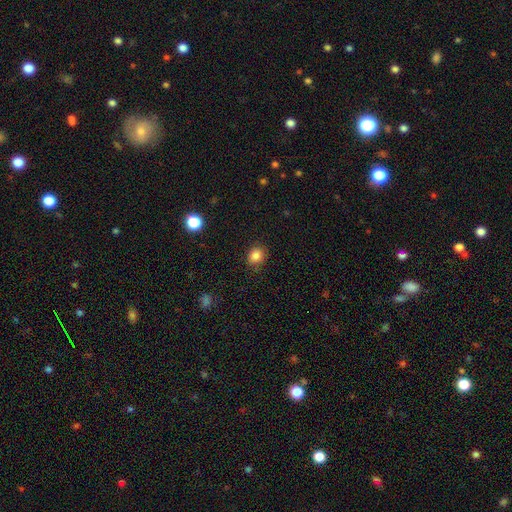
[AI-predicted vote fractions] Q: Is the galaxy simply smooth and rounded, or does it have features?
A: smooth — 85%.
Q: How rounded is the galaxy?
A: round — 71%.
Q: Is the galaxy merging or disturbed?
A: none — 87%.